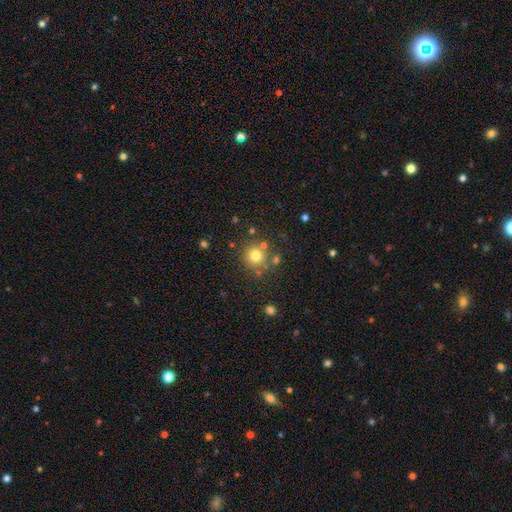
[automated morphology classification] Smooth or featured? Predicted: smooth (p=0.75). How rounded? Predicted: round (p=0.93). Merging? Predicted: none (p=0.77).